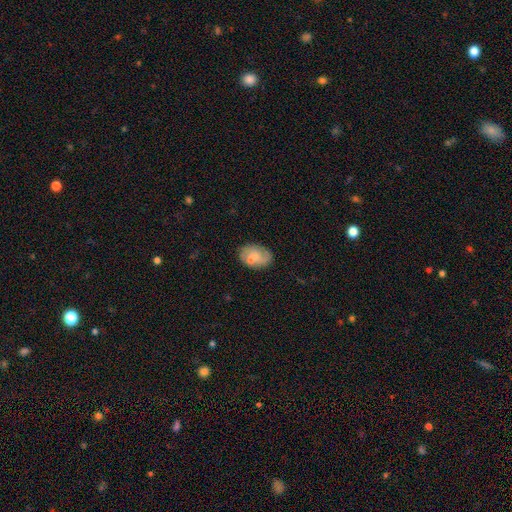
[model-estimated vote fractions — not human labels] smooth_or_featured: smooth (p=0.58) [alt: featured or disk p=0.34]
how_rounded: in between (p=0.80) [alt: round p=0.19]
merging: none (p=0.59) [alt: minor disturbance p=0.24]